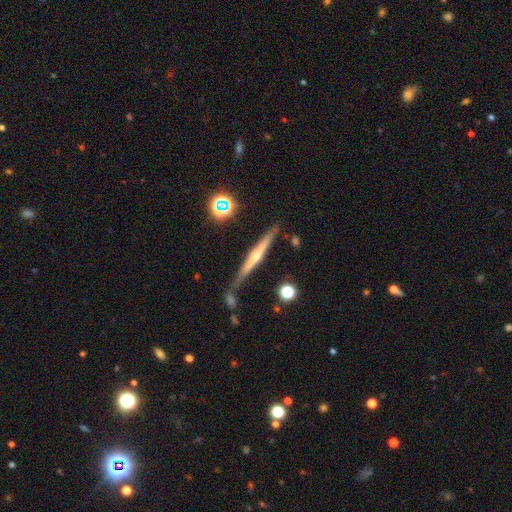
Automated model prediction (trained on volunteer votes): Q: Smooth or featured?
A: featured or disk (64%); runner-up: smooth (28%)
Q: Edge-on disk?
A: yes (96%); runner-up: no (4%)
Q: Edge-on bulge?
A: rounded (63%); runner-up: none (29%)
Q: Merging?
A: none (74%); runner-up: minor disturbance (15%)